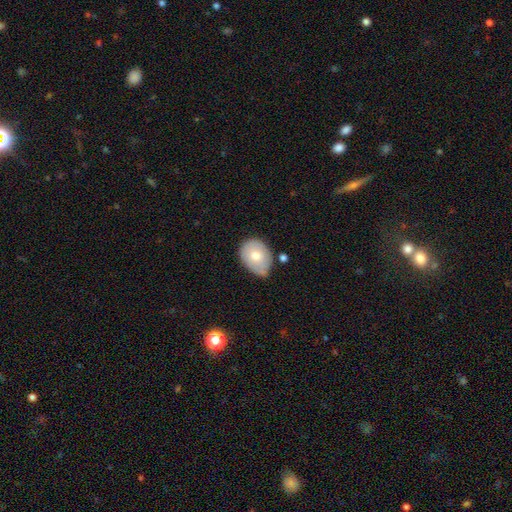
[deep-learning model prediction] This is likely a smooth galaxy (66%). How rounded: possibly in between (60%). Merging: possibly none (53%).